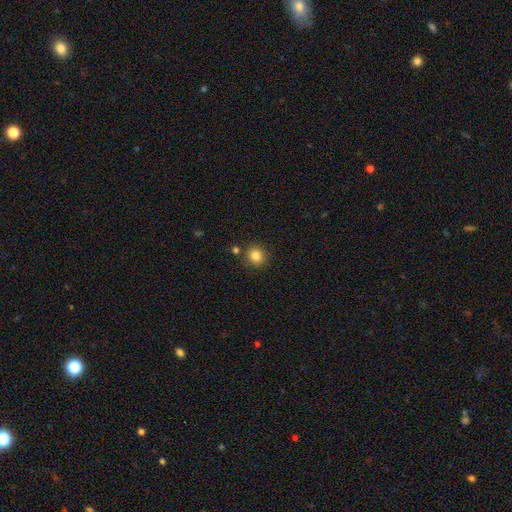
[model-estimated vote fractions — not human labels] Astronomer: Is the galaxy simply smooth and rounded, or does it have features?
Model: smooth — 83%.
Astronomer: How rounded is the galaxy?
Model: round — 84%.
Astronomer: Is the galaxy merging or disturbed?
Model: none — 84%.